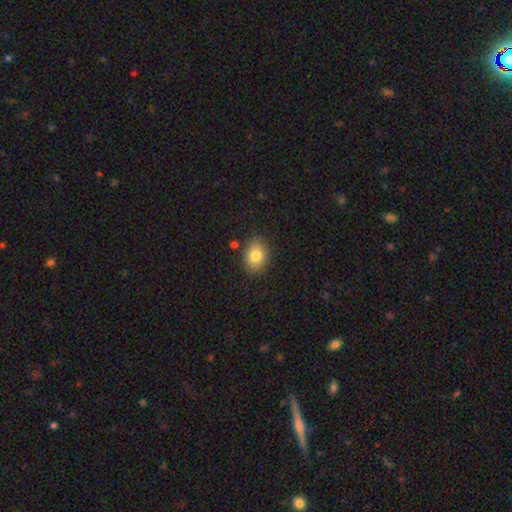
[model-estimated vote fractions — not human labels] smooth 82%, featured or disk 10%, star or artifact 9%. Down the decision tree: how rounded — in between (66%); merging — none (83%).